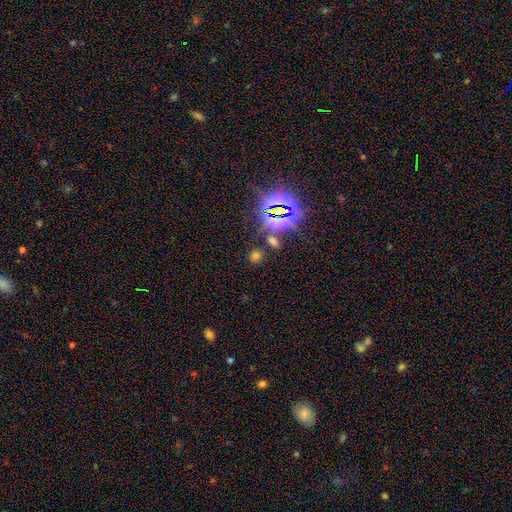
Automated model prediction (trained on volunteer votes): A smooth galaxy with no disk features (50%) that is round (75%).

Vote fractions:
- Smooth or featured? smooth: 50% / star or artifact: 43% / featured or disk: 7%
- How rounded? round: 75% / in between: 23% / cigar-shaped: 2%
- Merging? none: 79% / minor disturbance: 9% / merger: 7% / major disturbance: 4%